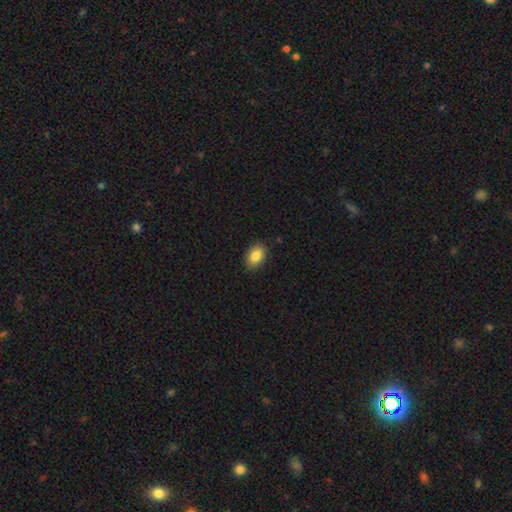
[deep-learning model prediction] This appears to be a smooth galaxy with no disk features (86%) that is in between round and cigar-shaped (84%). Merging: none (87%).